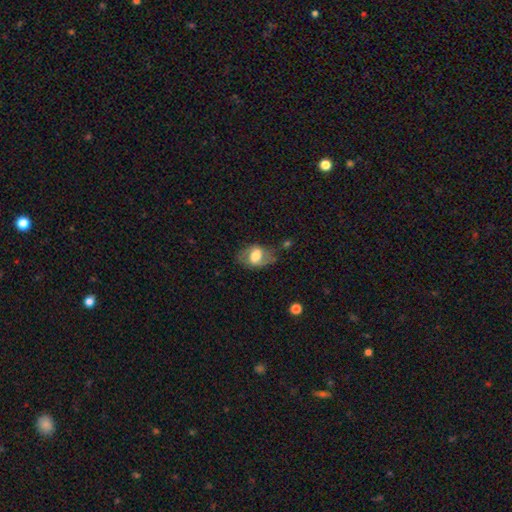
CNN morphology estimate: Overall: smooth (56%; featured or disk 36%). How rounded: in between (80%). Merging: none (57%; minor disturbance 26%).